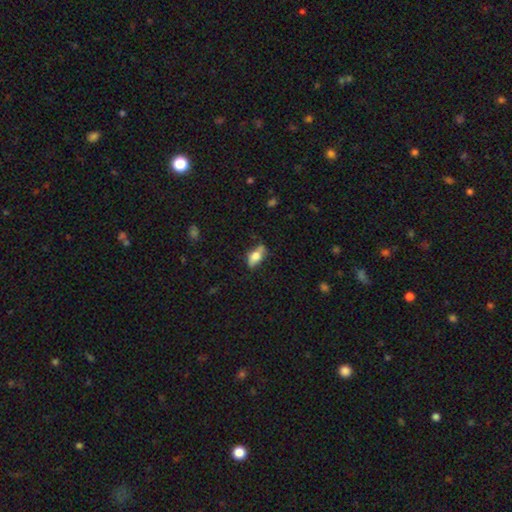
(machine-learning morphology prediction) Smooth or featured?
  - smooth: 67% *
  - featured or disk: 25%
  - star or artifact: 8%
How rounded?
  - in between: 84% *
  - cigar-shaped: 10%
  - round: 6%
Merging?
  - none: 59% *
  - minor disturbance: 26%
  - merger: 8%
  - major disturbance: 7%